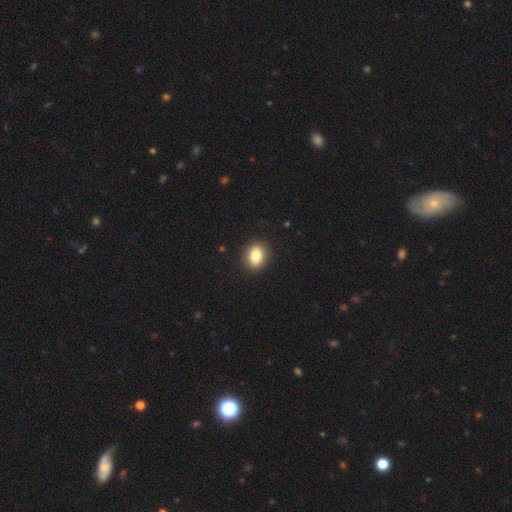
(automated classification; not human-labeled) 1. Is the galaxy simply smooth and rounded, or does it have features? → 83% smooth, 9% star or artifact, 8% featured or disk.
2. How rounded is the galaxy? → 61% in between, 38% round, 2% cigar-shaped.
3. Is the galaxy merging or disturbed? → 91% none, 7% minor disturbance, 2% major disturbance, 1% merger.